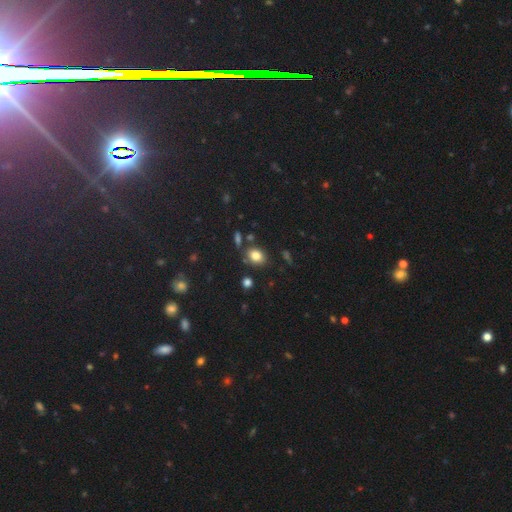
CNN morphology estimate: Smooth or featured? Predicted: smooth (p=0.81). How rounded? Predicted: in between (p=0.59). Merging? Predicted: none (p=0.77).